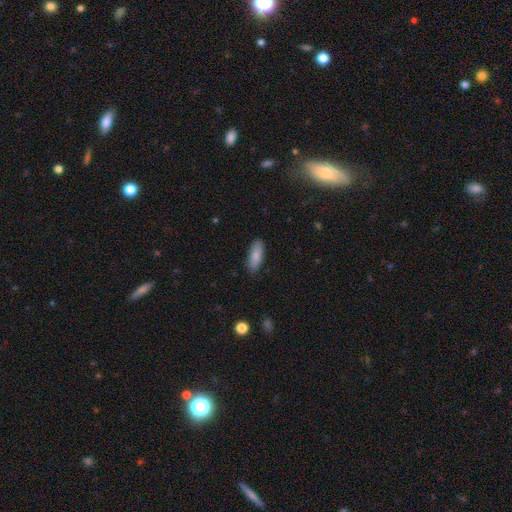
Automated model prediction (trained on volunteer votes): A smooth galaxy with no disk features (86%) that is in between round and cigar-shaped (68%). Merging: none (87%).